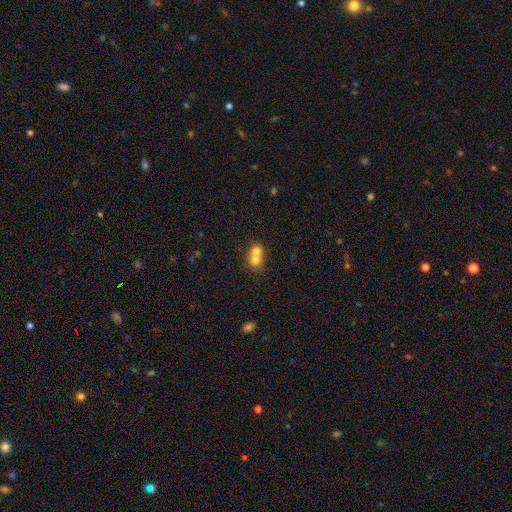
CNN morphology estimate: The model was most divided on "how rounded": round: 73%, in between: 26%, cigar-shaped: 1%. More confident: merging — merger (72%); smooth or featured — smooth (70%).